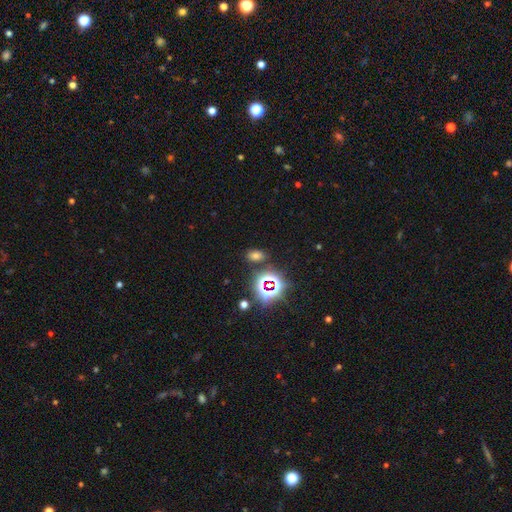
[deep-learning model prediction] A smooth galaxy with no disk features (57%) that is in between round and cigar-shaped (83%). Merging: none (81%).